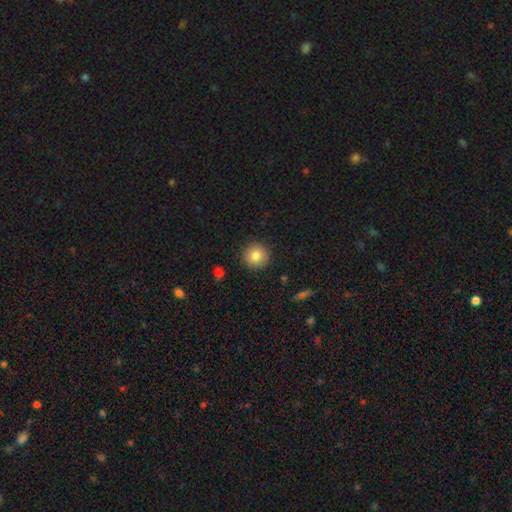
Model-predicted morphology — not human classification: Smooth or featured?
  - smooth: 84% *
  - star or artifact: 9%
  - featured or disk: 6%
How rounded?
  - round: 93% *
  - in between: 6%
  - cigar-shaped: 1%
Merging?
  - none: 91% *
  - minor disturbance: 6%
  - major disturbance: 2%
  - merger: 1%